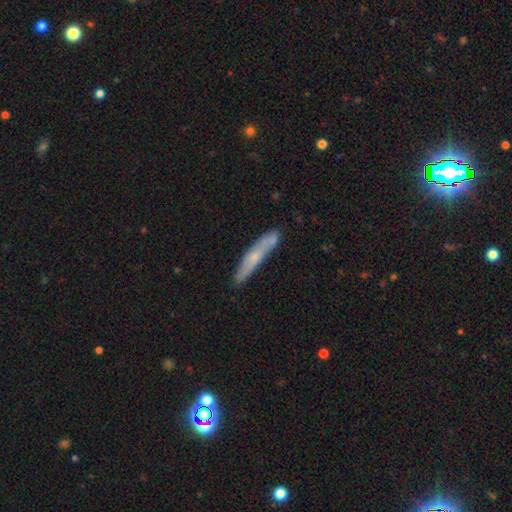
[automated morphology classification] Smooth or featured: smooth — 49% (featured or disk — 43%)
Merging: none — 77% (minor disturbance — 16%)